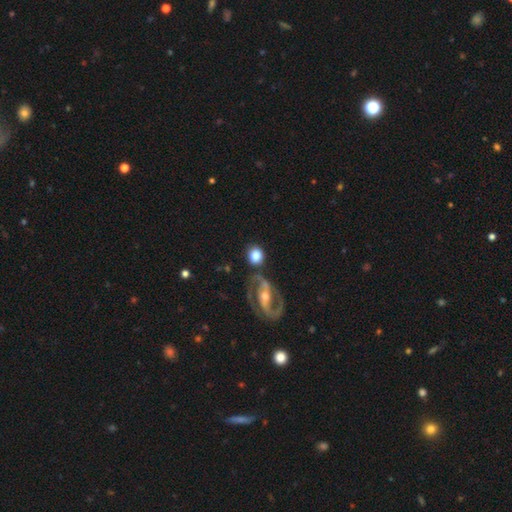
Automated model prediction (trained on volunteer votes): smooth 69%, featured or disk 24%, star or artifact 7%. Down the decision tree: how rounded — round (78%); merging — none (72%).